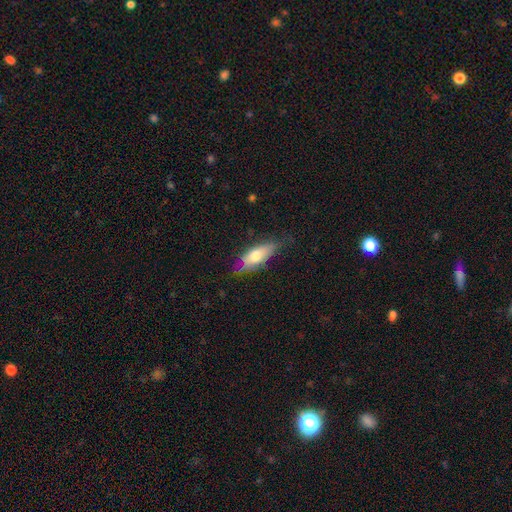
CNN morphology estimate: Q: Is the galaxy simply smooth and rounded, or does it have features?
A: smooth — 63%.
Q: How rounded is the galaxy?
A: in between — 71%.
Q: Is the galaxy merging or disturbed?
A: none — 66%.